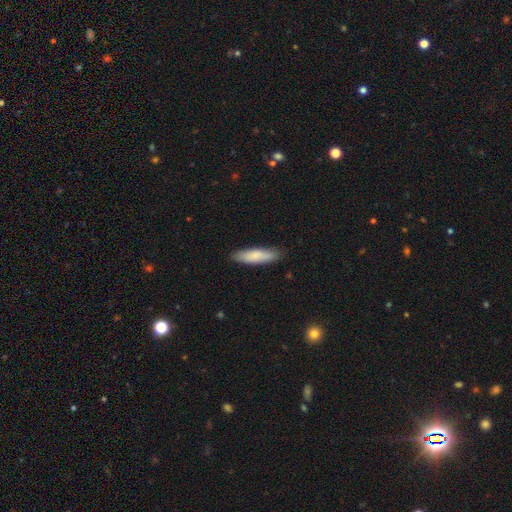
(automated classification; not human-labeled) Morphology: type=smooth (81%); roundness=cigar-shaped (68%); merging=none (86%).